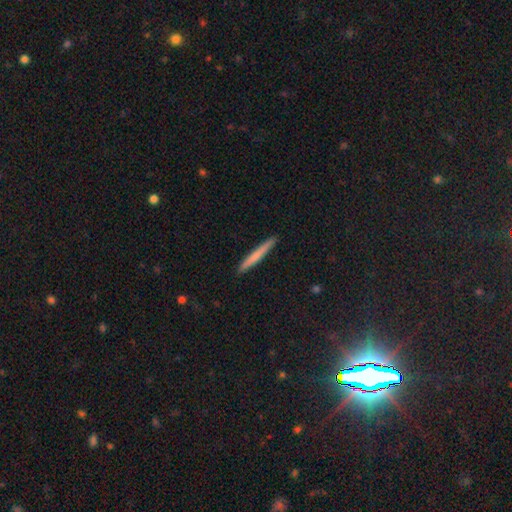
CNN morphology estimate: The model was most divided on "smooth or featured": smooth: 68%, featured or disk: 27%, star or artifact: 5%. More confident: how rounded — cigar-shaped (97%); merging — none (92%).